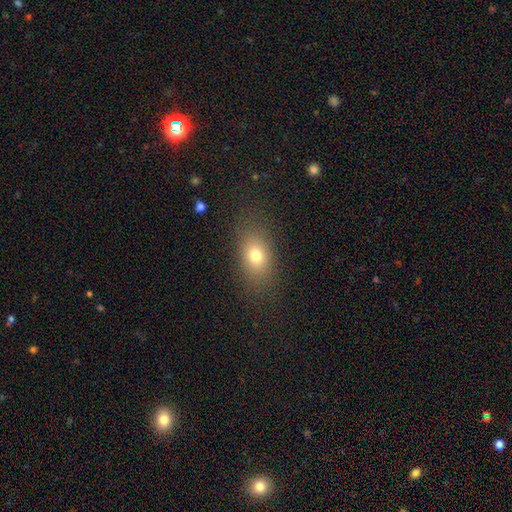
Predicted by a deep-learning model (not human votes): smooth_or_featured: smooth (p=0.75) [alt: featured or disk p=0.13]
how_rounded: in between (p=0.78) [alt: round p=0.19]
merging: none (p=0.83) [alt: minor disturbance p=0.11]